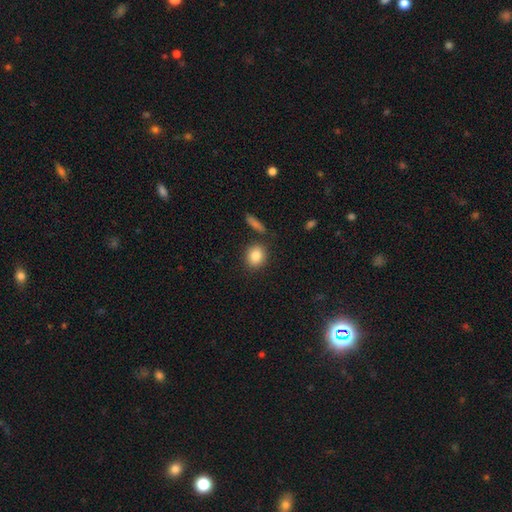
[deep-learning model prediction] Smooth or featured: smooth — 85% (star or artifact — 8%)
How rounded: round — 66% (in between — 32%)
Merging: none — 82% (minor disturbance — 9%)